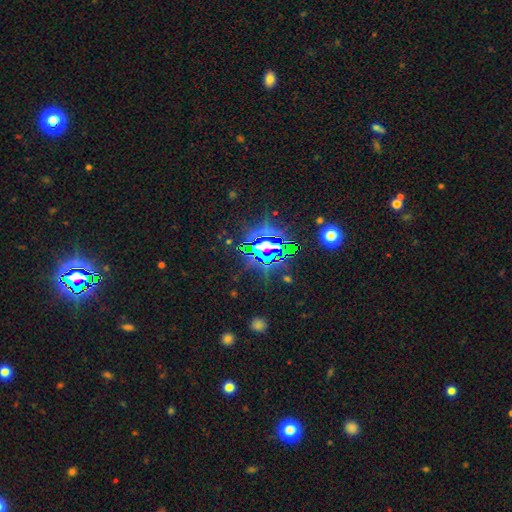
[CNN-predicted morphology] This appears to be a star or artifact, not a galaxy (79%).